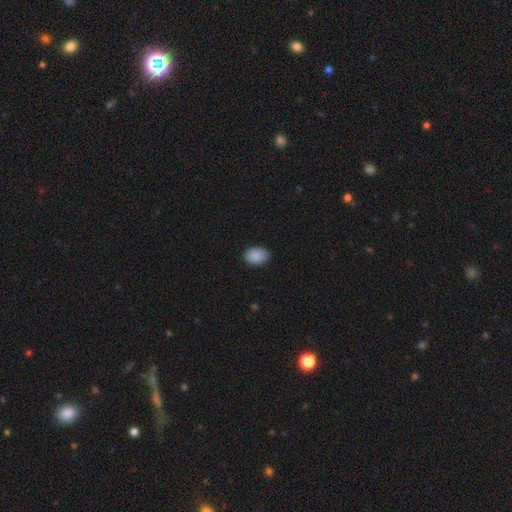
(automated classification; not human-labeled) smooth_or_featured: smooth (p=0.89) [alt: star or artifact p=0.07]
how_rounded: in between (p=0.79) [alt: round p=0.20]
merging: none (p=0.84) [alt: minor disturbance p=0.13]